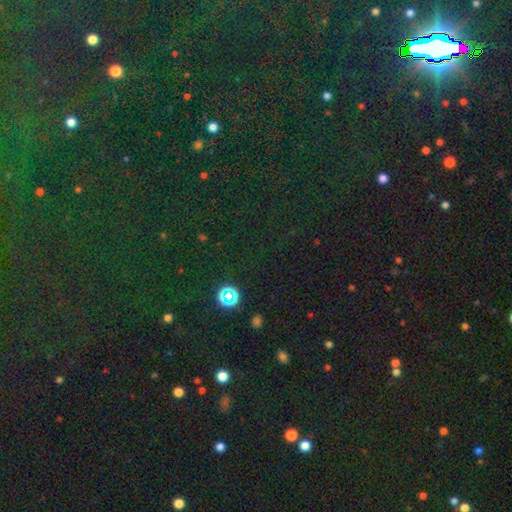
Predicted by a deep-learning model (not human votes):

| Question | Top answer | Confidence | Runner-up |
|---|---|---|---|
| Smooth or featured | star or artifact | 65% | smooth (28%) |